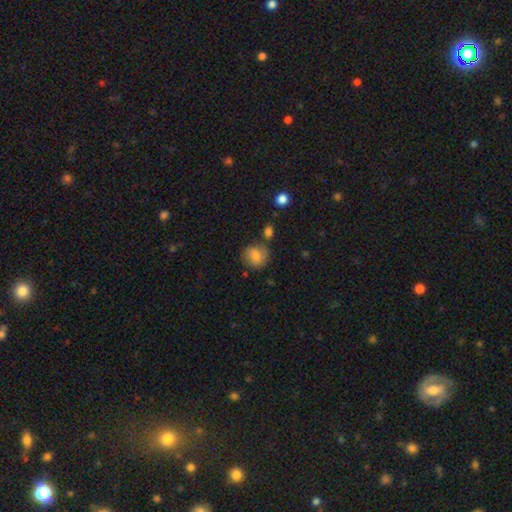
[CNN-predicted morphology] smooth 79%, featured or disk 12%, star or artifact 9%. Down the decision tree: how rounded — round (79%); merging — none (69%).